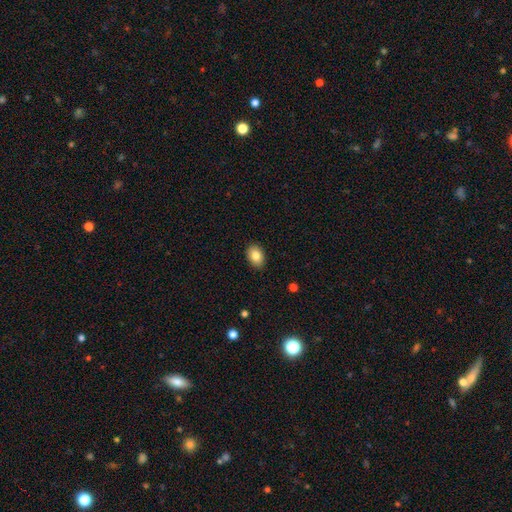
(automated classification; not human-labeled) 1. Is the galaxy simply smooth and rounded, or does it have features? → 82% smooth, 10% featured or disk, 8% star or artifact.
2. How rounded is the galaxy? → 80% in between, 19% round, 1% cigar-shaped.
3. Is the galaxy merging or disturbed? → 90% none, 8% minor disturbance, 2% major disturbance, 1% merger.